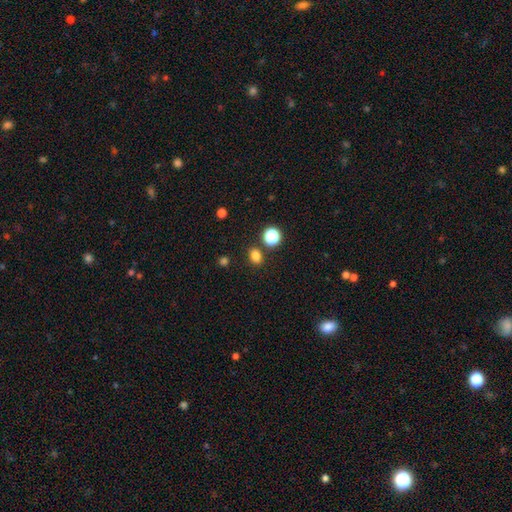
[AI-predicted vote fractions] Morphology: type=smooth (80%); roundness=in between (50%); merging=none (83%).